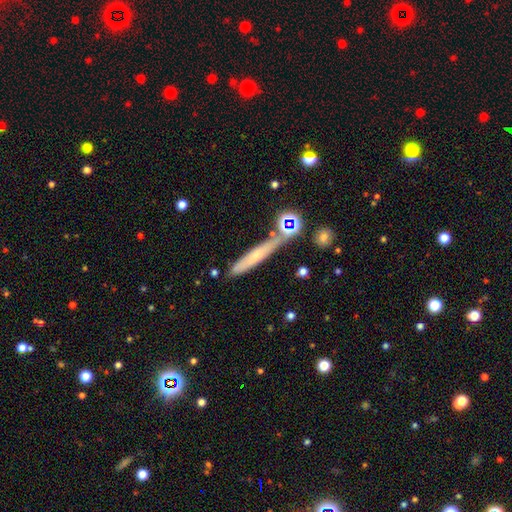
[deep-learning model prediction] A smooth galaxy with no disk features (50%).

Vote fractions:
- Smooth or featured? smooth: 50% / featured or disk: 38% / star or artifact: 12%
- Merging? none: 71% / minor disturbance: 15% / merger: 9% / major disturbance: 5%